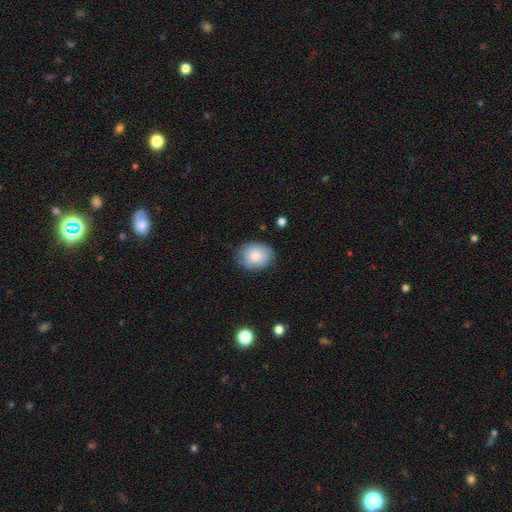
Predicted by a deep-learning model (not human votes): Smooth or featured: smooth — 69% (featured or disk — 23%)
How rounded: round — 52% (in between — 47%)
Merging: none — 74% (minor disturbance — 20%)